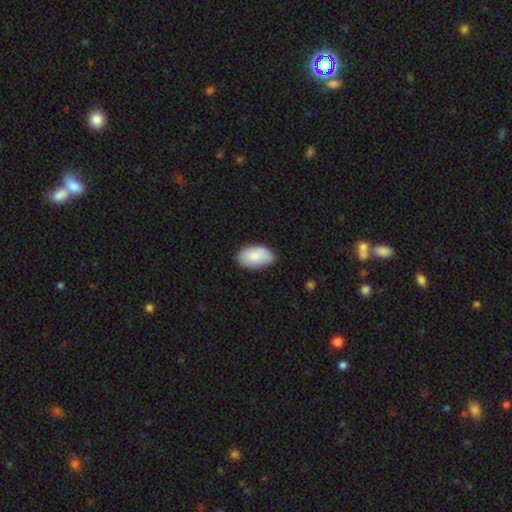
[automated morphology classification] Smooth or featured? Predicted: smooth (p=0.84). How rounded? Predicted: in between (p=0.95). Merging? Predicted: none (p=0.78).